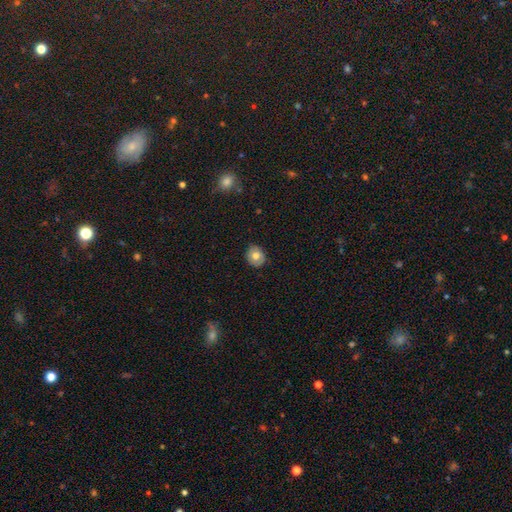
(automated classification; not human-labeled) Overall: smooth (71%). How rounded: round (67%; in between 32%). Merging: none (84%).